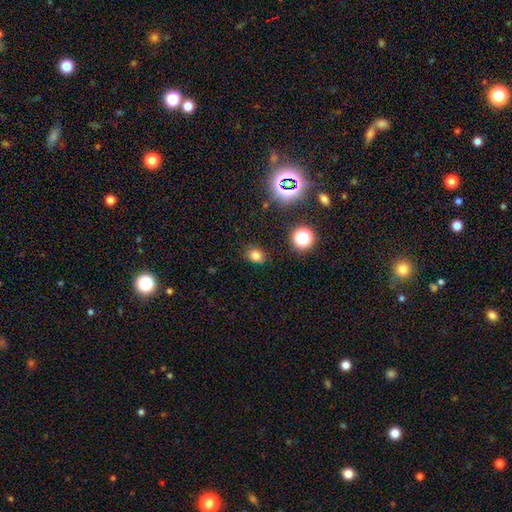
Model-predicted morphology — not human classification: Q: Smooth or featured?
A: smooth (76%); runner-up: star or artifact (18%)
Q: How rounded?
A: in between (50%); runner-up: round (49%)
Q: Merging?
A: none (85%); runner-up: minor disturbance (10%)